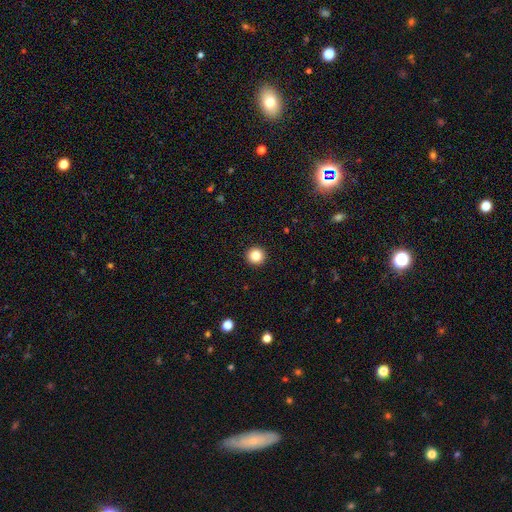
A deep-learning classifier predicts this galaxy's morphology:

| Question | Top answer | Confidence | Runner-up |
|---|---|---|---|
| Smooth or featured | smooth | 85% | star or artifact (11%) |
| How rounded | round | 96% | in between (3%) |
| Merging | none | 94% | minor disturbance (4%) |